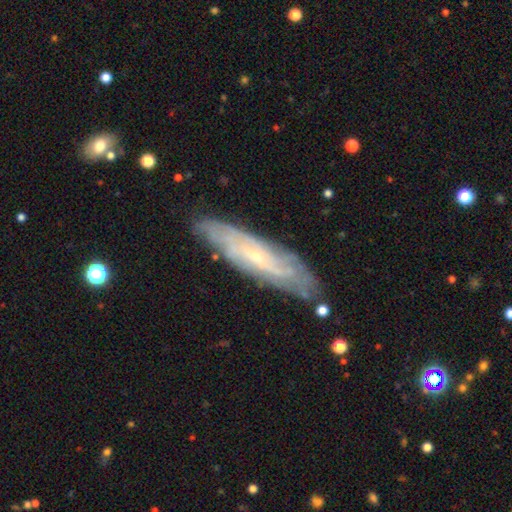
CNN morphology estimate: smooth-or-featured: featured or disk: 74% | smooth: 19% | star or artifact: 7%
  disk-edge-on: no: 68% | yes: 32%
    bar: no: 64% | weak: 29% | strong: 7%
    has-spiral-arms: yes: 88% | no: 12%
    bulge-size: small: 81% | moderate: 14% | none: 3% | large: 1% | dominant: 1%
  merging: none: 82% | minor disturbance: 14% | major disturbance: 3% | merger: 2%